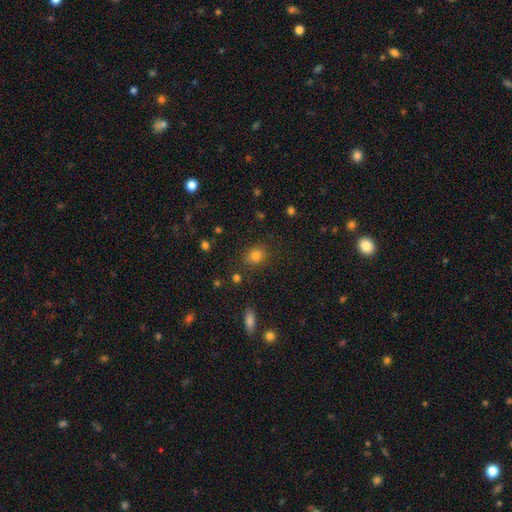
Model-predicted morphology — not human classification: Q: Smooth or featured?
A: smooth (79%); runner-up: star or artifact (14%)
Q: How rounded?
A: round (57%); runner-up: in between (41%)
Q: Merging?
A: none (78%); runner-up: minor disturbance (14%)